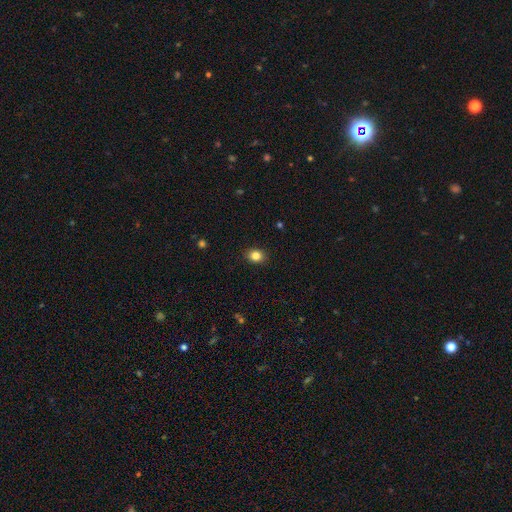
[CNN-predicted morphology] Q: Smooth or featured?
A: smooth (84%); runner-up: star or artifact (11%)
Q: How rounded?
A: round (55%); runner-up: in between (44%)
Q: Merging?
A: none (90%); runner-up: minor disturbance (7%)